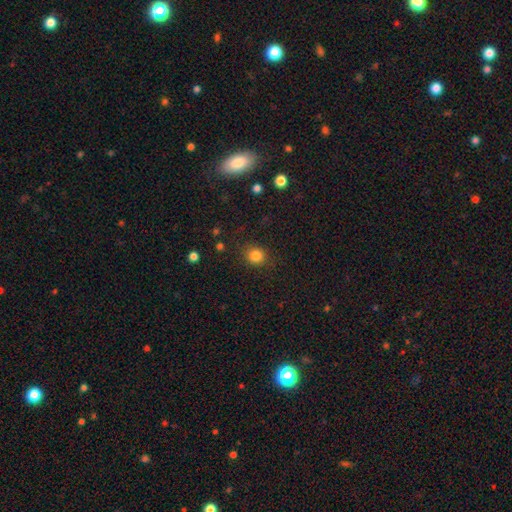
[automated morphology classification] This is clearly a smooth galaxy (84%). How rounded: clearly round (86%). Merging: clearly none (87%).